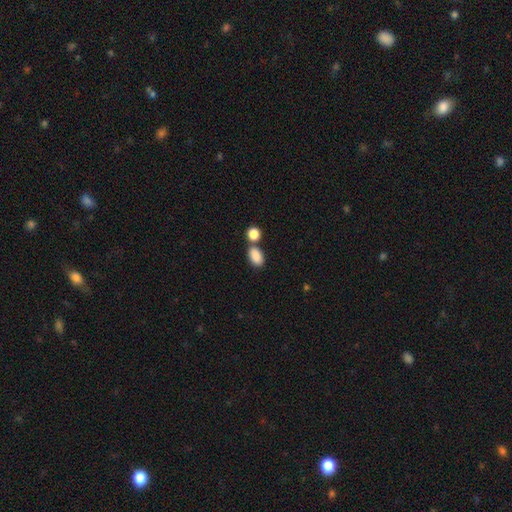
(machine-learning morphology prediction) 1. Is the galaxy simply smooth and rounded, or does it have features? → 87% smooth, 8% star or artifact, 4% featured or disk.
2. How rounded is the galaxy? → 89% in between, 10% round, 2% cigar-shaped.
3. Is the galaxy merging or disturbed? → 62% none, 23% merger, 12% minor disturbance, 4% major disturbance.